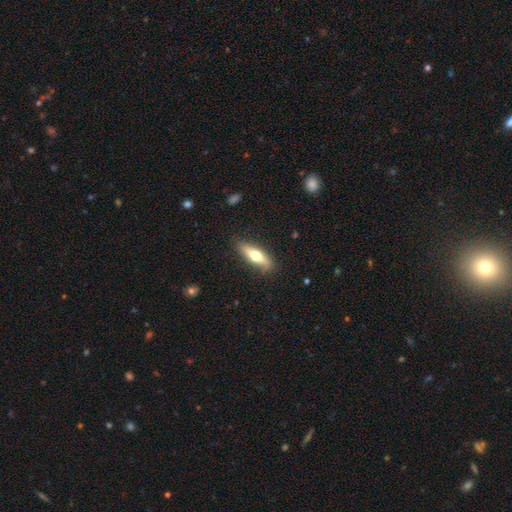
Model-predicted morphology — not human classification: Overall: smooth (58%; featured or disk 36%). How rounded: cigar-shaped (56%; in between 42%). Merging: none (86%).